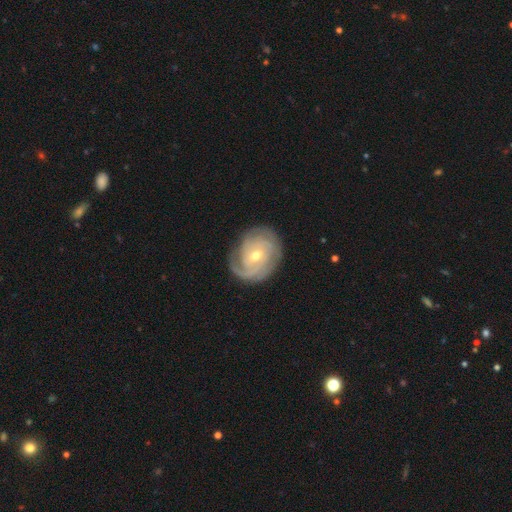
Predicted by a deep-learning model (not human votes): featured or disk 87%, smooth 8%, star or artifact 5%. Down the decision tree: edge-on disk — no (97%); bar — no (49%); spiral arms — yes (97%); spiral arm count — 3 (27%); spiral winding — tight (72%); bulge size — moderate (55%); merging — none (76%).